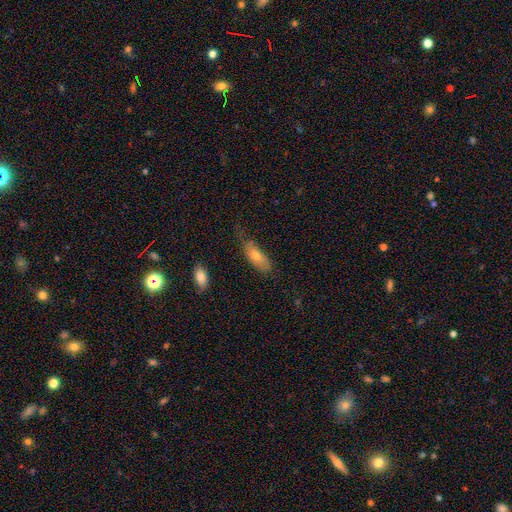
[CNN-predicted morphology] Overall: smooth (68%). How rounded: in between (72%). Merging: none (55%; minor disturbance 33%).